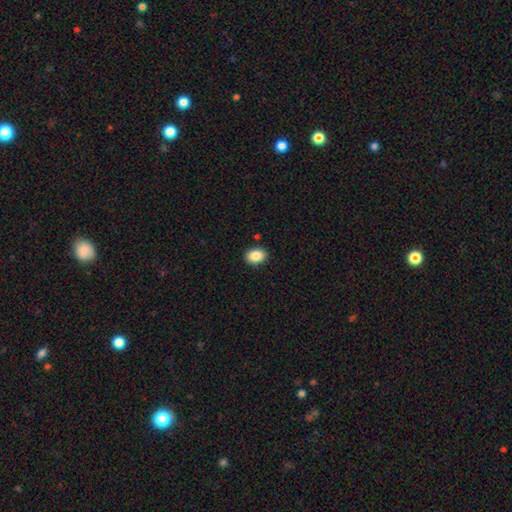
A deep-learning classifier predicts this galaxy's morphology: The model was most divided on "how rounded": in between: 71%, round: 28%, cigar-shaped: 1%. More confident: merging — none (90%); smooth or featured — smooth (87%).